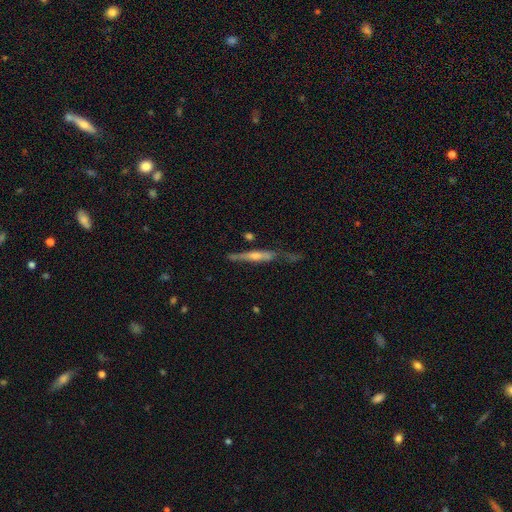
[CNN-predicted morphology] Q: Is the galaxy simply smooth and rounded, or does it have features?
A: featured or disk — 70%.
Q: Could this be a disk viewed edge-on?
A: yes — 93%.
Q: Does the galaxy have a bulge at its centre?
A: rounded — 73%.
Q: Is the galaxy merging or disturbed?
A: none — 75%.